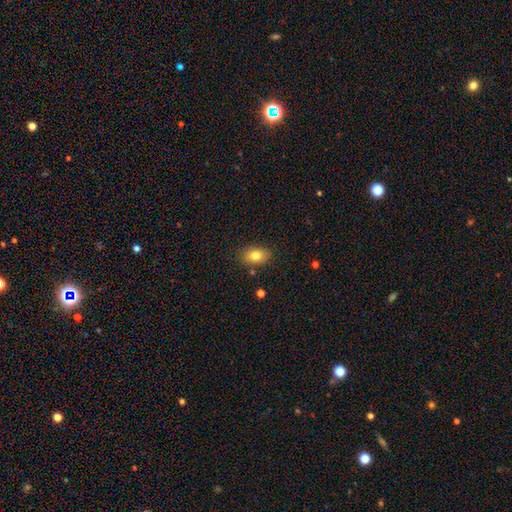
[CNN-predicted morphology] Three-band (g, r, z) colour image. It shows a smooth galaxy with no disk features (79%) that is in between round and cigar-shaped (81%). Merging: none (83%).